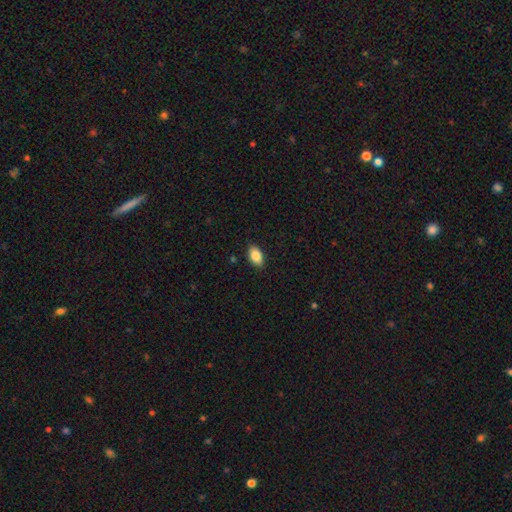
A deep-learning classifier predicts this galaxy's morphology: This appears to be a smooth galaxy with no disk features (86%) that is in between round and cigar-shaped (92%). Merging: none (88%).